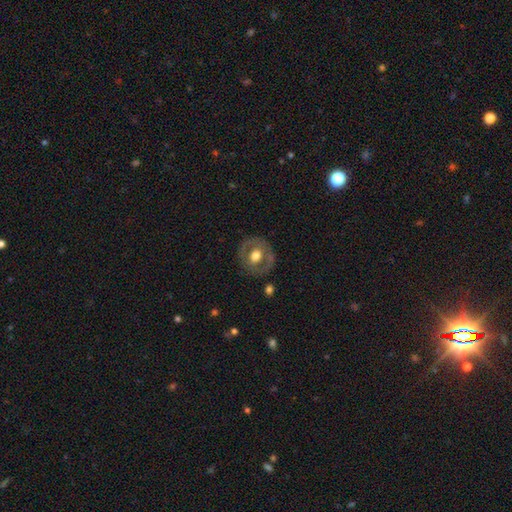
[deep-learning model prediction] featured or disk 53%, smooth 41%, star or artifact 6%. Down the decision tree: edge-on disk — no (95%); bar — no (74%); spiral arms — no (83%); bulge size — moderate (56%); merging — none (80%).